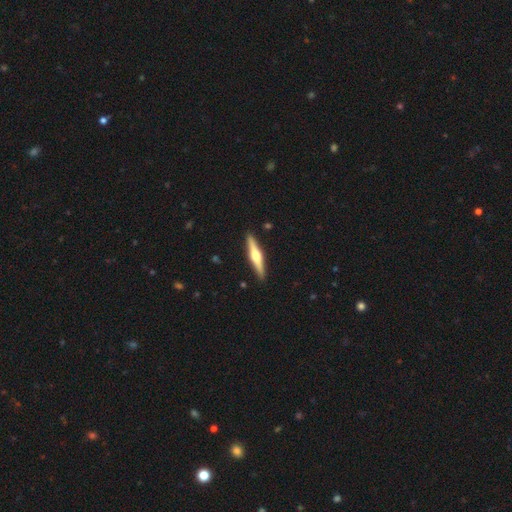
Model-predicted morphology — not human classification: featured or disk 67%, smooth 28%, star or artifact 5%. Down the decision tree: edge-on disk — yes (97%); edge-on bulge — rounded (94%); merging — none (91%).